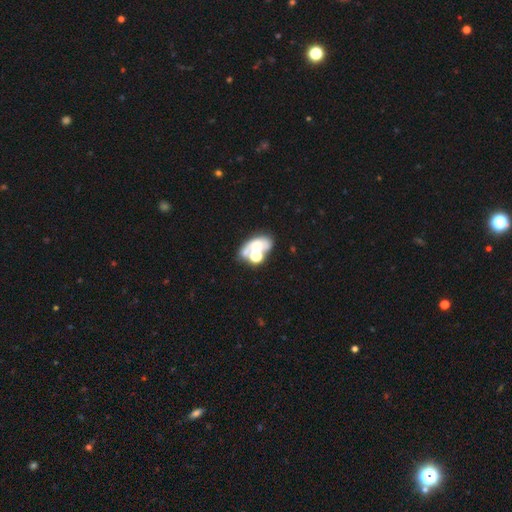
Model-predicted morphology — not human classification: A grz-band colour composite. It shows a featured or disk galaxy (42%, tied with smooth). Merging: merger (45%).